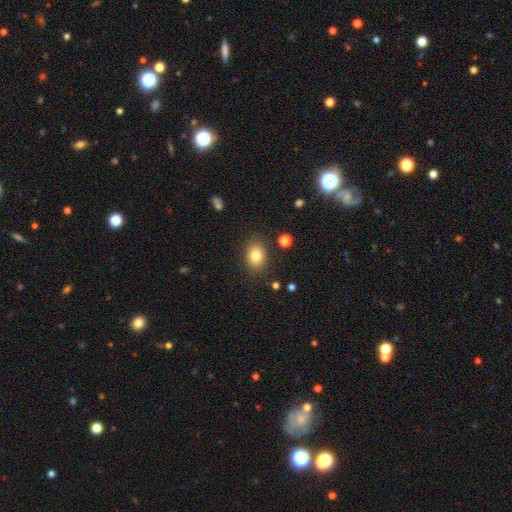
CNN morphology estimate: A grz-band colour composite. It shows a smooth galaxy with no disk features (82%) that is in between round and cigar-shaped (68%). Merging: none (84%).